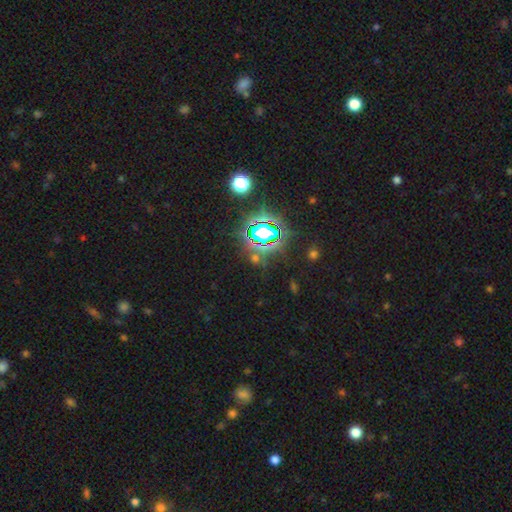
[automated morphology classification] type=star or artifact (74%).